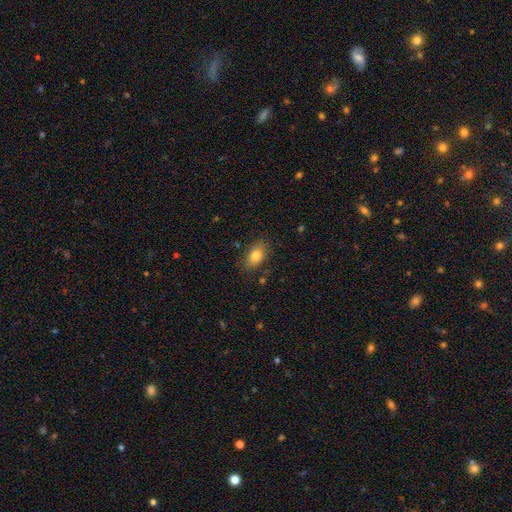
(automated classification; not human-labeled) Smooth or featured?
  - smooth: 81% *
  - featured or disk: 11%
  - star or artifact: 9%
How rounded?
  - in between: 85% *
  - round: 11%
  - cigar-shaped: 3%
Merging?
  - none: 81% *
  - minor disturbance: 14%
  - major disturbance: 3%
  - merger: 2%